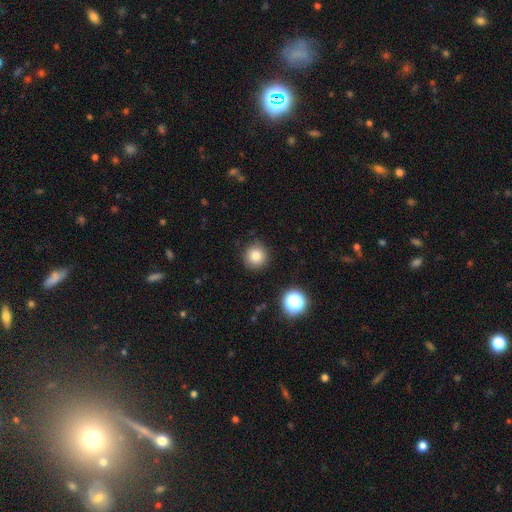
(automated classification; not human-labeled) Smooth or featured? Predicted: smooth (p=0.82). How rounded? Predicted: round (p=0.94). Merging? Predicted: none (p=0.89).